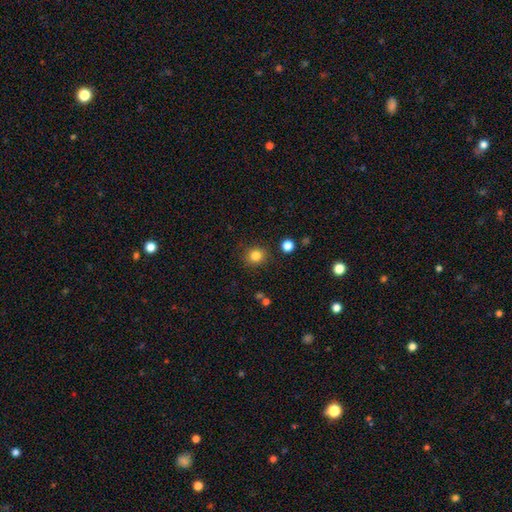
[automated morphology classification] This is clearly a smooth galaxy (83%). How rounded: clearly round (85%). Merging: clearly none (88%).